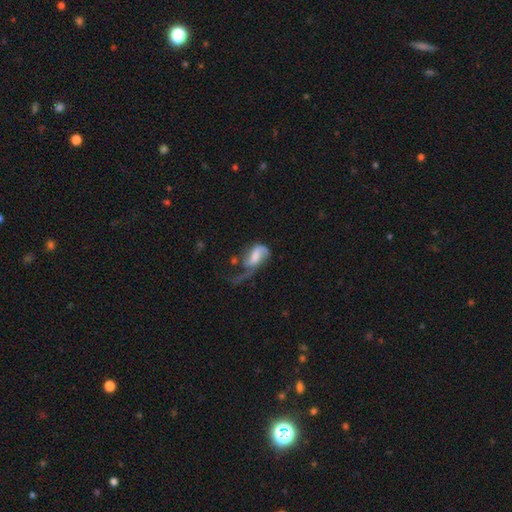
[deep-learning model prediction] smooth-or-featured: featured or disk: 54% | smooth: 38% | star or artifact: 8%
  disk-edge-on: no: 95% | yes: 5%
    bar: no: 41% | weak: 40% | strong: 19%
    has-spiral-arms: yes: 75% | no: 25%
    bulge-size: moderate: 33% | small: 25% | none: 22% | large: 16% | dominant: 3%
  merging: major disturbance: 59% | none: 16% | minor disturbance: 16% | merger: 9%